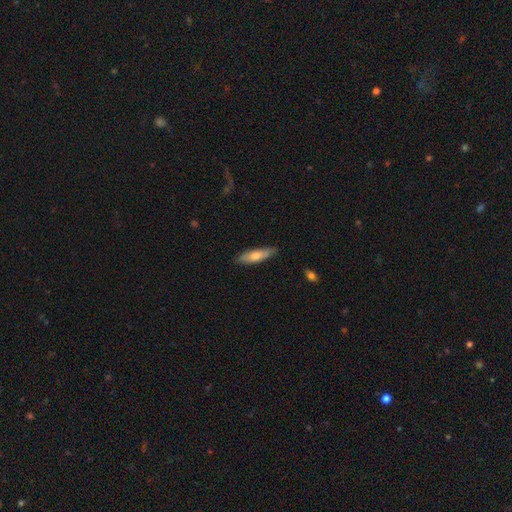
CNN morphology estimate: A smooth galaxy with no disk features (64%) that is cigar-shaped (62%).

Vote fractions:
- Smooth or featured? smooth: 64% / featured or disk: 30% / star or artifact: 5%
- How rounded? cigar-shaped: 62% / in between: 37% / round: 2%
- Merging? none: 81% / minor disturbance: 16% / major disturbance: 2% / merger: 1%